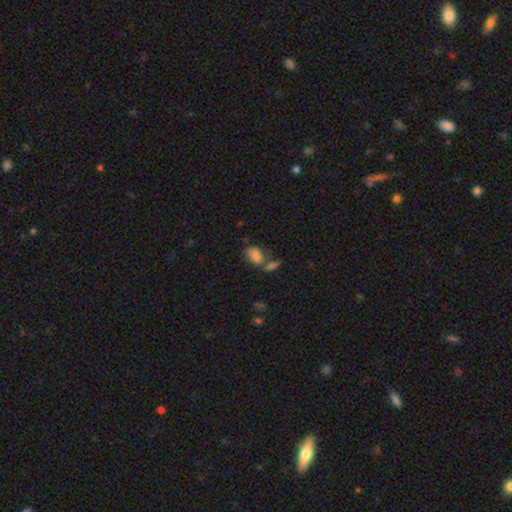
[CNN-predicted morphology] type=smooth (73%); roundness=in between (87%); merging=none (40%).